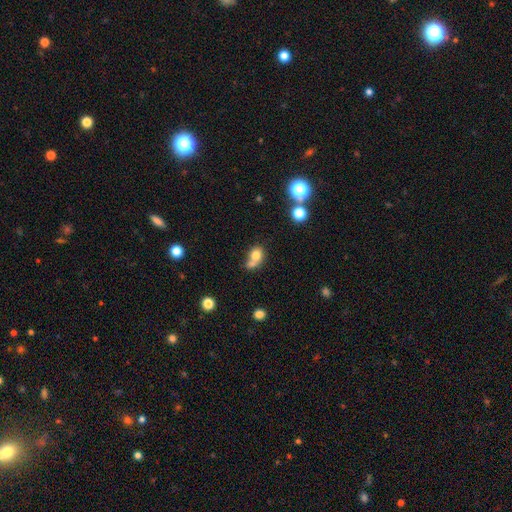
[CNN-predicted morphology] Smooth or featured?
  - smooth: 75% *
  - featured or disk: 13%
  - star or artifact: 12%
How rounded?
  - round: 62% *
  - in between: 37%
  - cigar-shaped: 1%
Merging?
  - merger: 50% *
  - none: 33%
  - minor disturbance: 11%
  - major disturbance: 6%